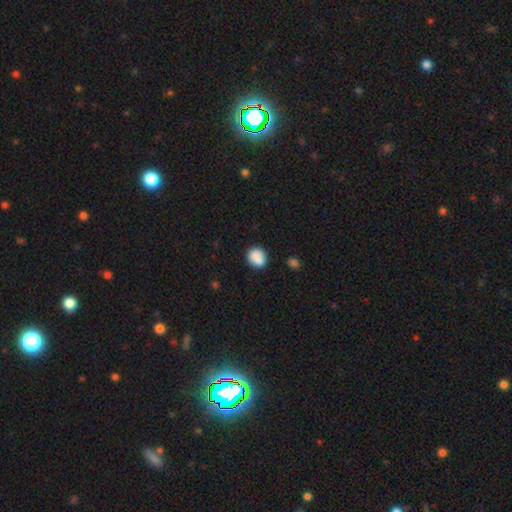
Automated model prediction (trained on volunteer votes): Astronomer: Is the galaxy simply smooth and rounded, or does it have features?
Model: smooth — 83%.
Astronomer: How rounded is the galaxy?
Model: round — 80%.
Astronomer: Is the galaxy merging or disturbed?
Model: none — 61%.